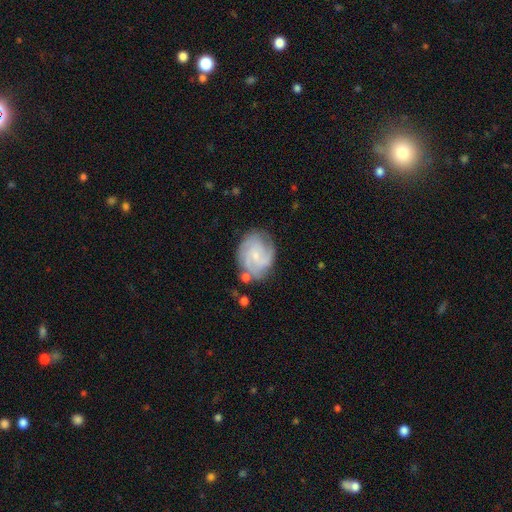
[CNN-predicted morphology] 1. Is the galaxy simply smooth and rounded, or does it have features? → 75% featured or disk, 18% smooth, 7% star or artifact.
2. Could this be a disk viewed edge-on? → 98% no, 2% yes.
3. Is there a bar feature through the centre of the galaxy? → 62% no, 33% weak, 4% strong.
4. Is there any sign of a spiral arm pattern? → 94% yes, 6% no.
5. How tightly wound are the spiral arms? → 51% tight, 38% medium, 11% loose.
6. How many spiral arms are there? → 31% 3, 26% can't tell, 17% 4, 17% 2, 5% more than 4, 5% 1.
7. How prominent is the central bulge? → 75% small, 17% moderate, 6% none, 1% large, 1% dominant.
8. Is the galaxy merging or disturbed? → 71% none, 19% minor disturbance, 6% major disturbance, 4% merger.